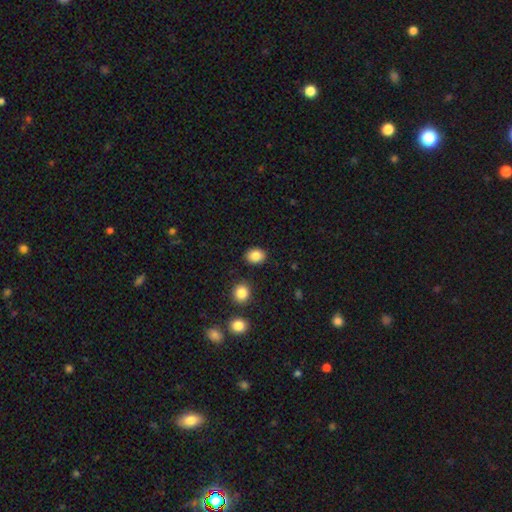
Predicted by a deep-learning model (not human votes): Smooth or featured? smooth (85%)
How rounded? in between (56%)
Merging? none (88%)